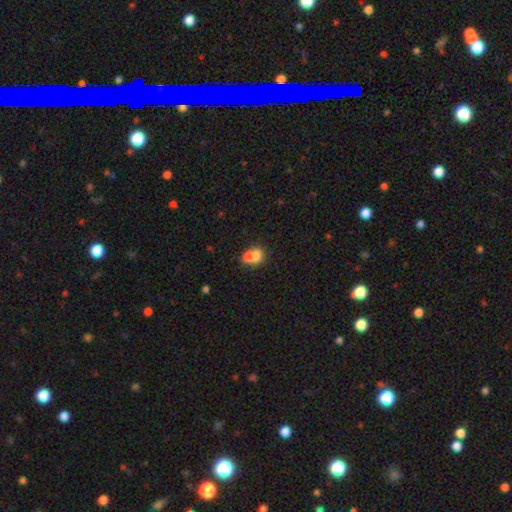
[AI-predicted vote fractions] Overall: smooth (69%). How rounded: round (59%; in between 40%). Merging: merger (65%).